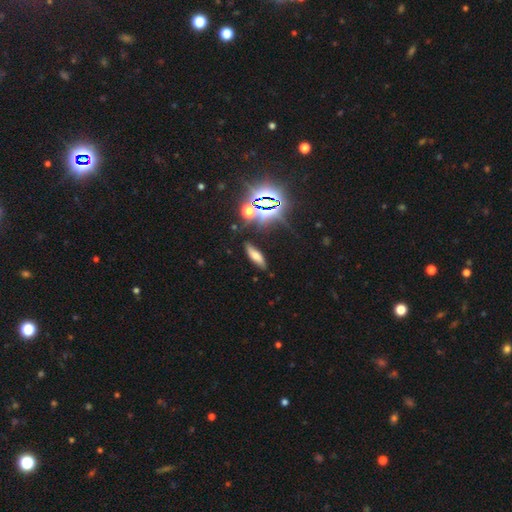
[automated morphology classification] Smooth or featured?
  - smooth: 54% *
  - star or artifact: 26%
  - featured or disk: 20%
How rounded?
  - cigar-shaped: 49% *
  - in between: 46%
  - round: 5%
Merging?
  - none: 83% *
  - minor disturbance: 11%
  - major disturbance: 3%
  - merger: 3%